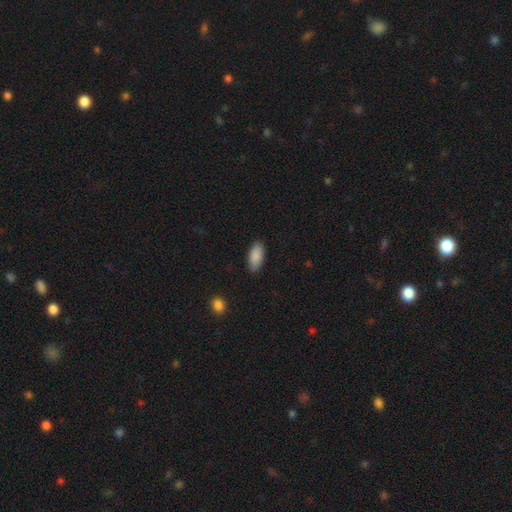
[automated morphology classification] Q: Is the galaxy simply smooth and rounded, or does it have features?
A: smooth — 90%.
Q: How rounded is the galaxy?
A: in between — 90%.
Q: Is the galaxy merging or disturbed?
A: none — 87%.